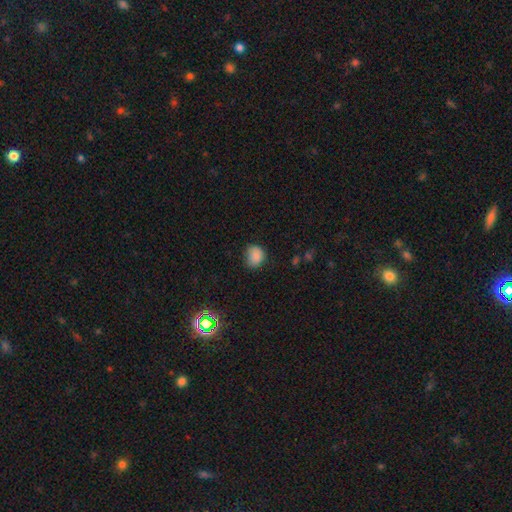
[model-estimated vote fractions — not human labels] The model was most divided on "how rounded": round: 63%, in between: 36%, cigar-shaped: 1%. More confident: smooth or featured — smooth (82%); merging — none (68%).